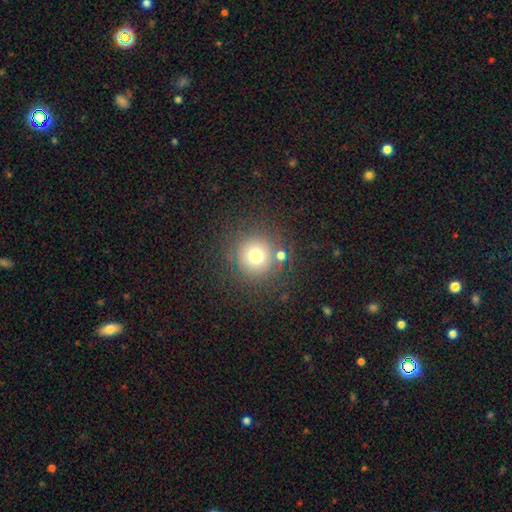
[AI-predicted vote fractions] The model was most divided on "smooth or featured": smooth: 70%, star or artifact: 18%, featured or disk: 12%. More confident: how rounded — round (94%); merging — none (79%).